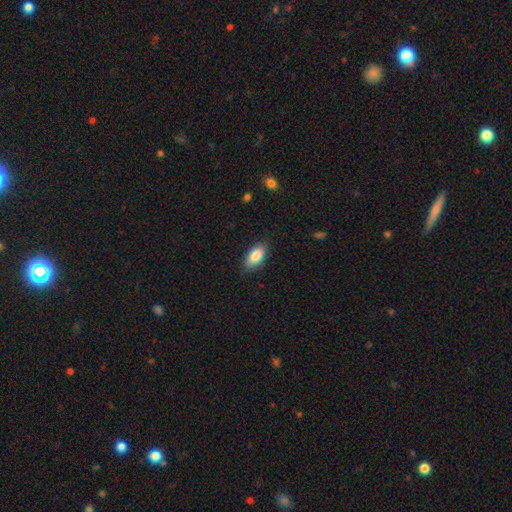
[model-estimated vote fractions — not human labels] A smooth galaxy with no disk features (87%) that is in between round and cigar-shaped (93%).

Vote fractions:
- Smooth or featured? smooth: 87% / star or artifact: 7% / featured or disk: 6%
- How rounded? in between: 93% / cigar-shaped: 4% / round: 3%
- Merging? none: 86% / minor disturbance: 11% / major disturbance: 2% / merger: 1%